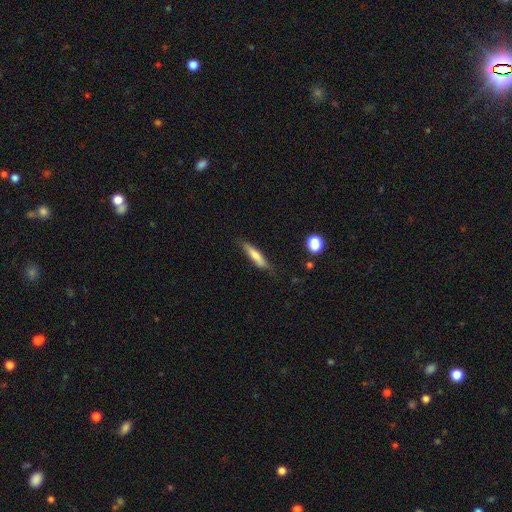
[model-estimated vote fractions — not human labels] Smooth or featured? Predicted: smooth (p=0.70). How rounded? Predicted: cigar-shaped (p=0.80). Merging? Predicted: none (p=0.75).